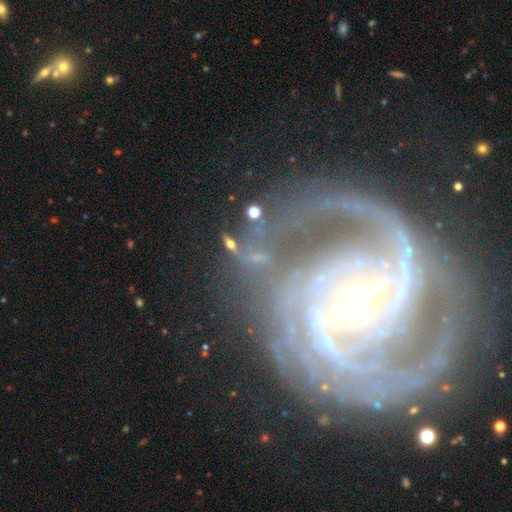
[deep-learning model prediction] A featured or disk galaxy (54%). Merging: none (57%).